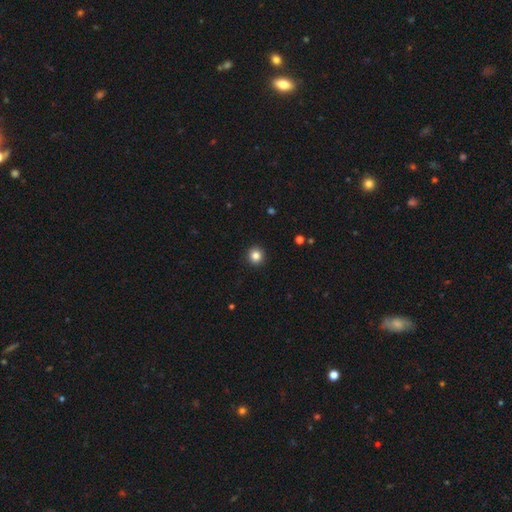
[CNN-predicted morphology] Smooth or featured? Predicted: smooth (p=0.85). How rounded? Predicted: round (p=0.93). Merging? Predicted: none (p=0.93).